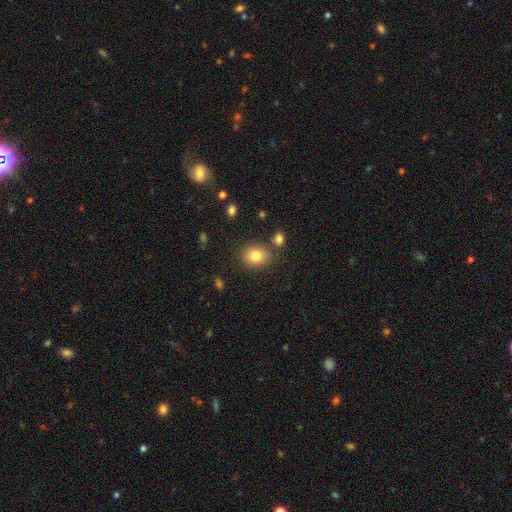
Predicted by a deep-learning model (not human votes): smooth 82%, star or artifact 10%, featured or disk 8%. Down the decision tree: how rounded — round (64%); merging — none (78%).